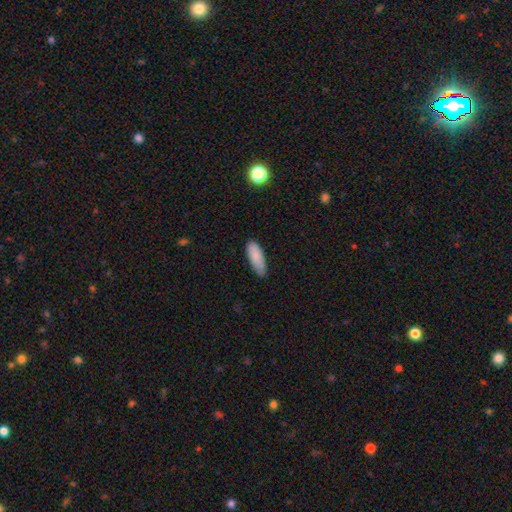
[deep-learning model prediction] Smooth or featured? smooth (87%)
How rounded? in between (67%)
Merging? none (70%)